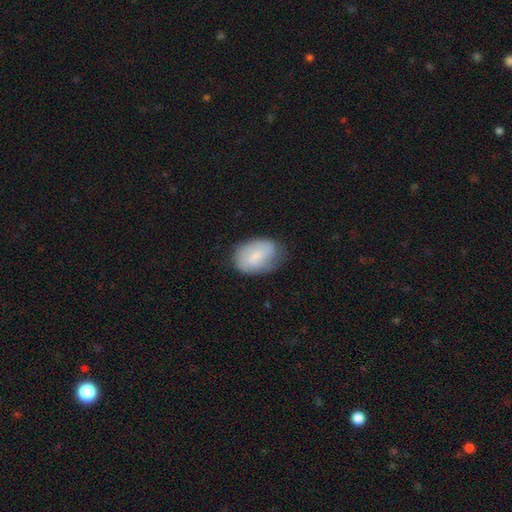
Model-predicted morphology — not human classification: type=smooth (69%); roundness=in between (85%); merging=none (64%).